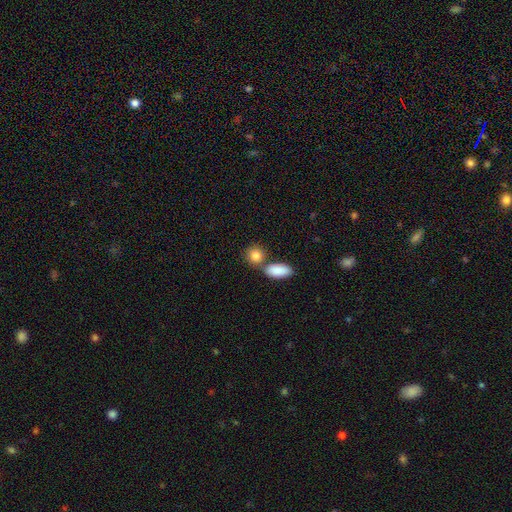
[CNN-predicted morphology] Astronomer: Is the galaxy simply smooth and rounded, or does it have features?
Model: smooth — 86%.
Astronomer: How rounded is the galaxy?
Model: round — 60% (runner-up: in between, 37%).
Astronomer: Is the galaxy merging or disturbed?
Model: none — 57%.